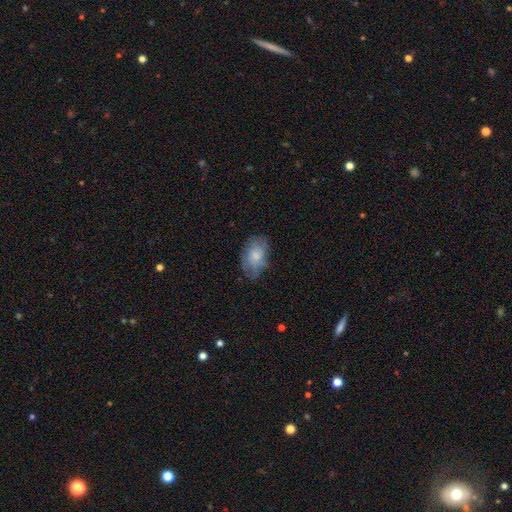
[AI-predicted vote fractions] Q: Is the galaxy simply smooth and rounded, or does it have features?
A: smooth — 66%.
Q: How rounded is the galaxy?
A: in between — 89%.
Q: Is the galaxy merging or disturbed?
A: none — 60%.